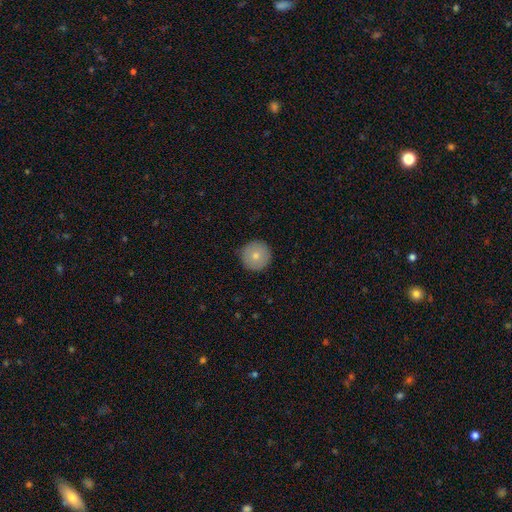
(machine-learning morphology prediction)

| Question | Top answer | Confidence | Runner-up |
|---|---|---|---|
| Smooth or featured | smooth | 74% | featured or disk (18%) |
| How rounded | round | 96% | in between (3%) |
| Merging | none | 91% | minor disturbance (6%) |